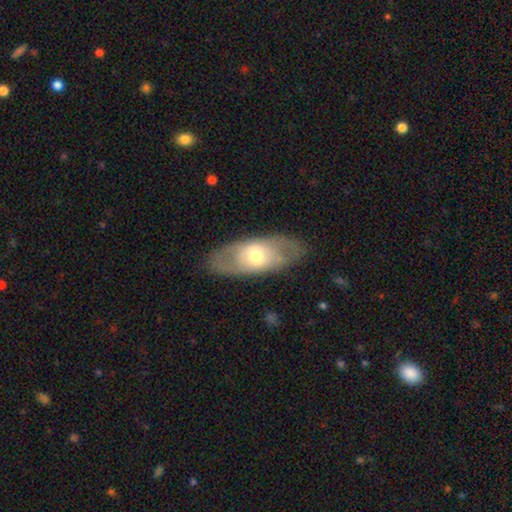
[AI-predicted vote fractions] Overall: featured or disk (51%; smooth 43%). Edge-on disk: no (81%). Merging: none (79%).